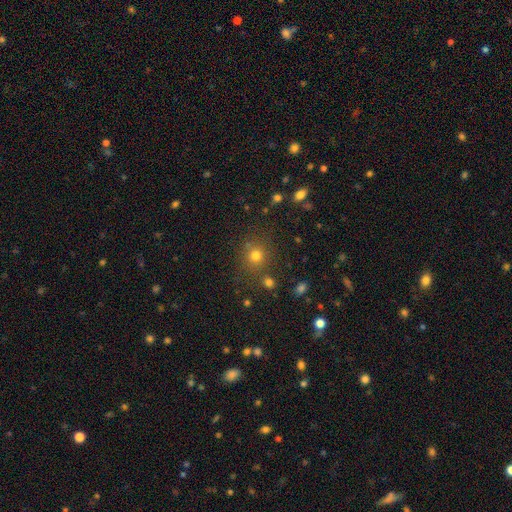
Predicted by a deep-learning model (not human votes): A smooth galaxy with no disk features (73%) that is round (88%). Merging: none (80%).